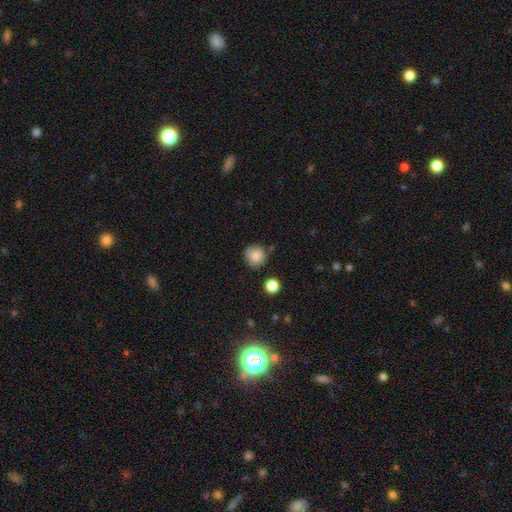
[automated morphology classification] Smooth or featured? smooth (85%)
How rounded? round (92%)
Merging? none (79%)